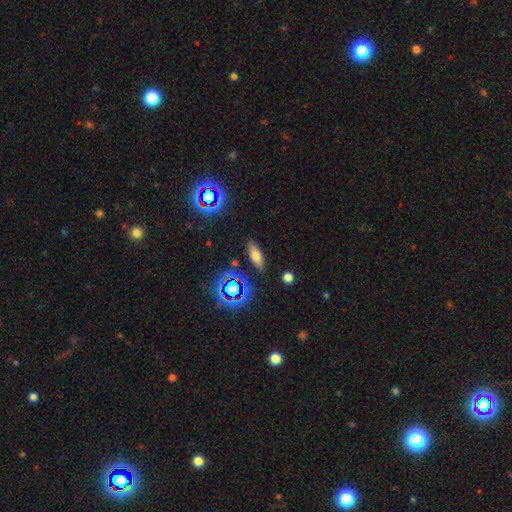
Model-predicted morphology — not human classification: smooth 64%, star or artifact 18%, featured or disk 18%. Down the decision tree: how rounded — in between (66%); merging — none (85%).